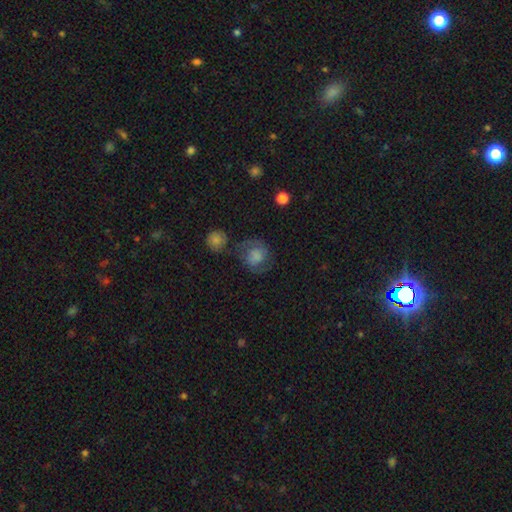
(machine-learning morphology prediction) This appears to be a smooth galaxy with no disk features (54%) that is round (75%). Merging: none (55%).